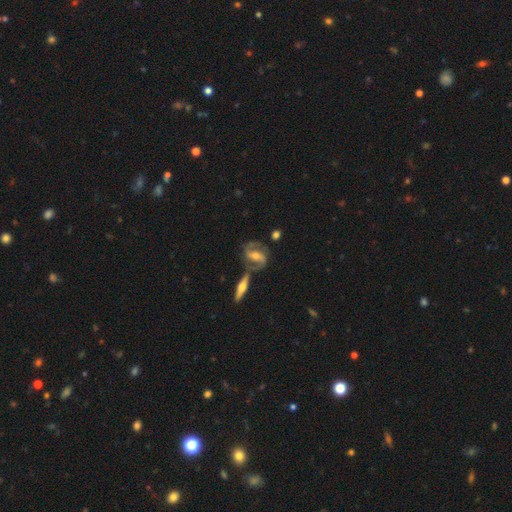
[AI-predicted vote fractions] A featured or disk galaxy (84%) with a strong bar (48%), 2 (90%) medium (54%) spiral arms (94%) and a moderate central bulge (55%).

Vote fractions:
- Smooth or featured? featured or disk: 84% / smooth: 10% / star or artifact: 5%
- Edge-on disk? no: 89% / yes: 11%
- Bar? strong: 48% / weak: 36% / no: 16%
- Spiral arms? yes: 94% / no: 6%
- Spiral winding? medium: 54% / tight: 23% / loose: 22%
- Spiral arm count? 2: 90% / can't tell: 4% / 3: 2% / 1: 2% / 4: 1% / more than 4: 1%
- Bulge size? moderate: 55% / small: 37% / large: 5% / none: 2% / dominant: 1%
- Merging? none: 65% / merger: 17% / minor disturbance: 13% / major disturbance: 6%